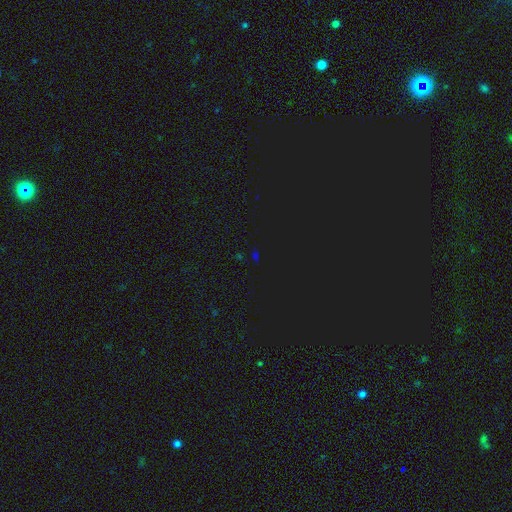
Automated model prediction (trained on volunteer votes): Smooth or featured: star or artifact — 71% (smooth — 22%)